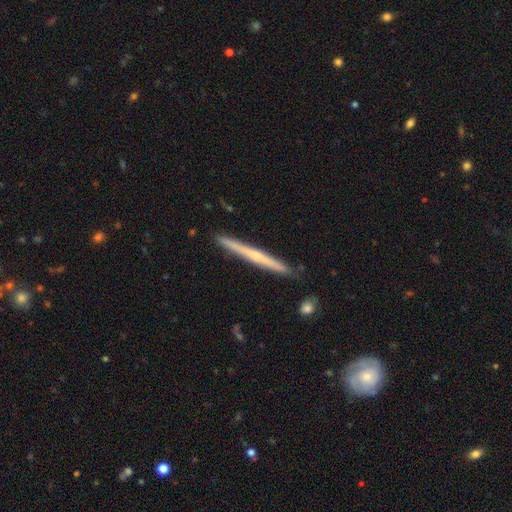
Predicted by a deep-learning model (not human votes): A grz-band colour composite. It shows a featured or disk galaxy (64%) viewed edge-on (98%) with a rounded central bulge (48%, tied with none). Merging: none (90%).